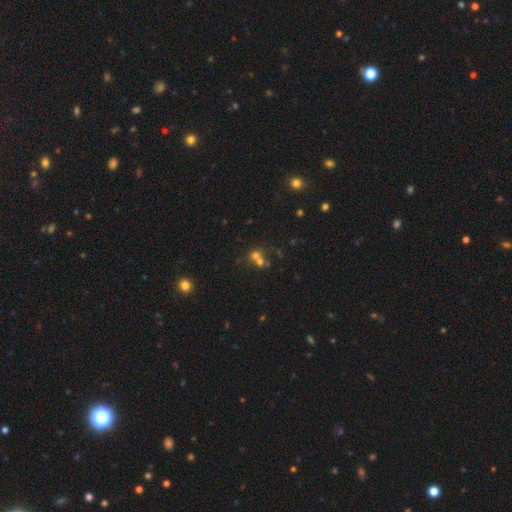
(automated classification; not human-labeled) smooth-or-featured: smooth: 57% | star or artifact: 22% | featured or disk: 21%
  how-rounded: round: 78% | in between: 21% | cigar-shaped: 1%
  merging: merger: 57% | none: 32% | minor disturbance: 6% | major disturbance: 4%